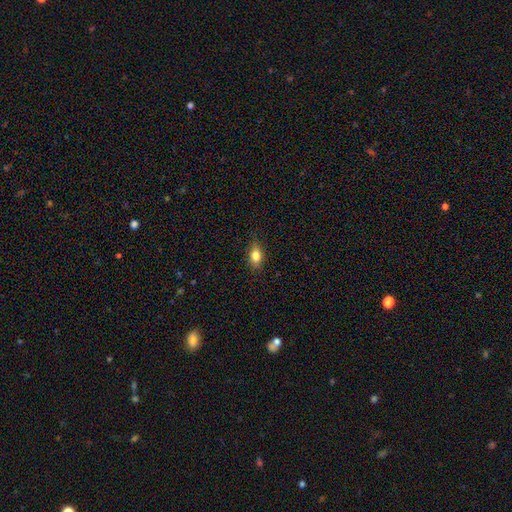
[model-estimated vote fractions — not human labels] Q: Smooth or featured?
A: smooth (80%); runner-up: featured or disk (11%)
Q: How rounded?
A: in between (80%); runner-up: round (13%)
Q: Merging?
A: none (83%); runner-up: minor disturbance (13%)